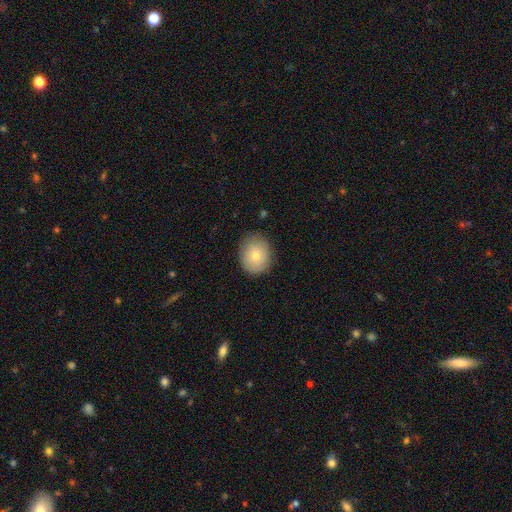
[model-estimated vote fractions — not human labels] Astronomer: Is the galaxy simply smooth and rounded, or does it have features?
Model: smooth — 74%.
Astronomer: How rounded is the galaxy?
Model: round — 62% (runner-up: in between, 37%).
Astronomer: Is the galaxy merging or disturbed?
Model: none — 81%.